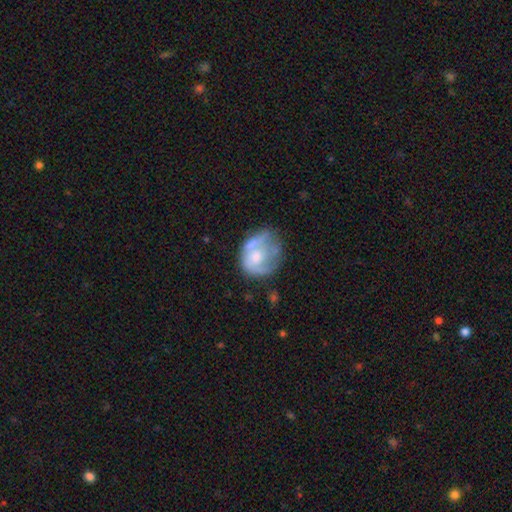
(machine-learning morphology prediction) A featured or disk galaxy (54%) with no bar (80%), no spiral arms (58%) and a moderate central bulge (50%). Merging: none (40%).